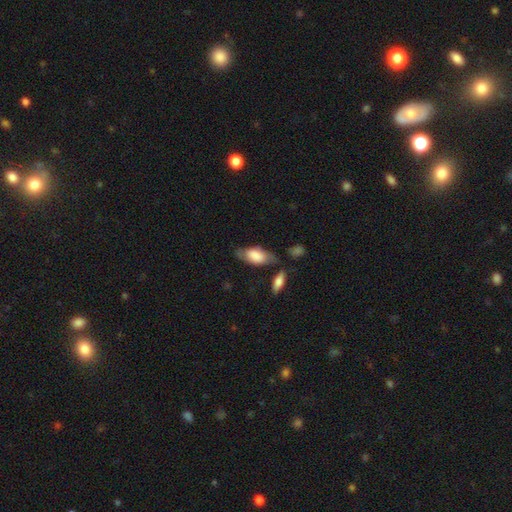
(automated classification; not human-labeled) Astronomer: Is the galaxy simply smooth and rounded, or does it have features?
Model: smooth — 68%.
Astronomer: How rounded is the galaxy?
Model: in between — 84%.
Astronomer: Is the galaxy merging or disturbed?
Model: none — 60%.